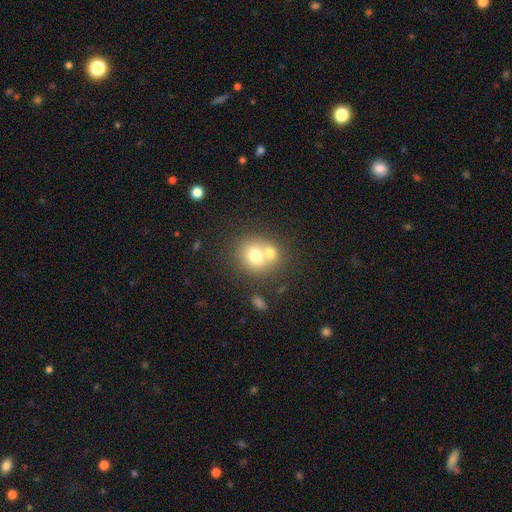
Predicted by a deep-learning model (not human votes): smooth_or_featured: smooth (p=0.70) [alt: featured or disk p=0.19]
how_rounded: round (p=0.76) [alt: in between p=0.24]
merging: merger (p=0.53) [alt: none p=0.37]